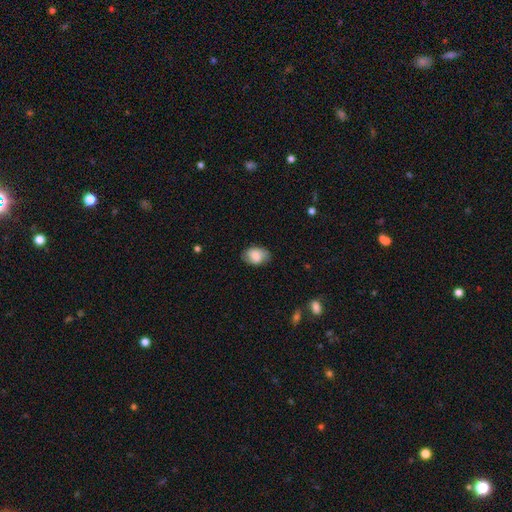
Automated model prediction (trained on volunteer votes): This is likely a smooth galaxy (75%). How rounded: clearly in between (82%). Merging: likely none (71%).